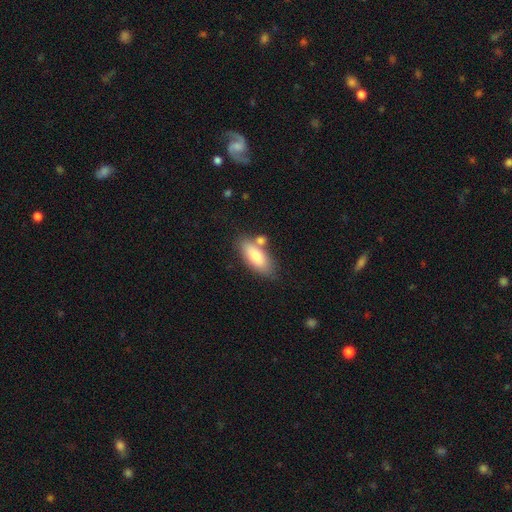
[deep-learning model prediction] Smooth or featured?
  - smooth: 78% *
  - featured or disk: 16%
  - star or artifact: 6%
How rounded?
  - in between: 77% *
  - cigar-shaped: 20%
  - round: 3%
Merging?
  - none: 70% *
  - merger: 14%
  - minor disturbance: 13%
  - major disturbance: 3%